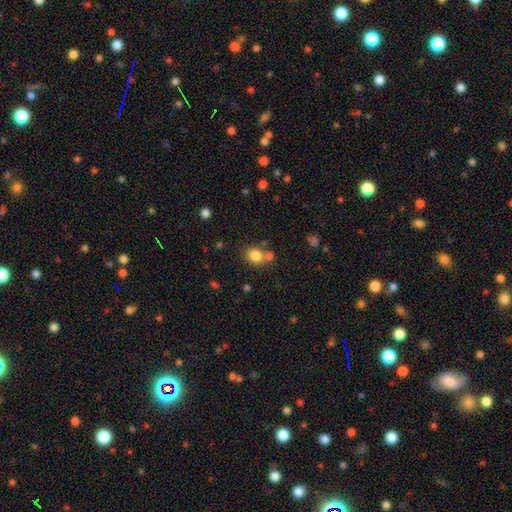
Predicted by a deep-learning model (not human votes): Overall: smooth (82%). How rounded: round (66%; in between 34%). Merging: none (63%; merger 23%).